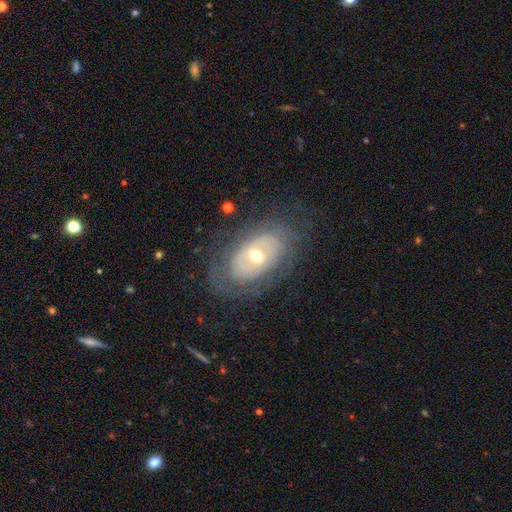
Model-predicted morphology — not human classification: This is likely a featured or disk galaxy (68%). It is clearly not viewed edge-on (92%). Bar: likely no (76%). Spiral arm pattern: possibly yes (51%). Central bulge: possibly moderate (56%). Merging: likely none (72%).